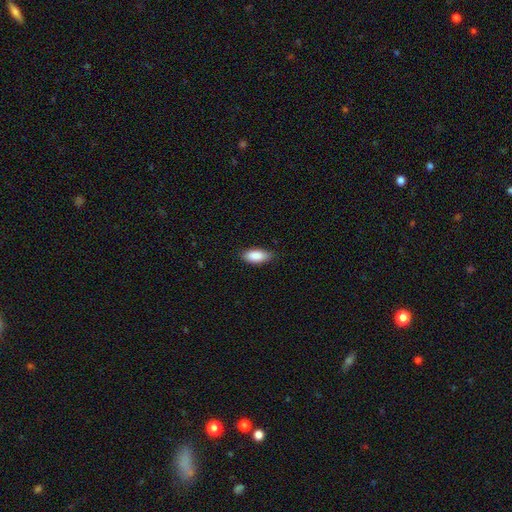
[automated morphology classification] Smooth or featured? Predicted: smooth (p=0.89). How rounded? Predicted: in between (p=0.89). Merging? Predicted: none (p=0.81).